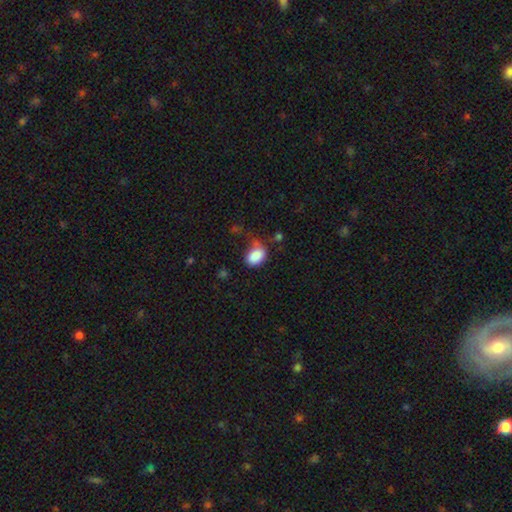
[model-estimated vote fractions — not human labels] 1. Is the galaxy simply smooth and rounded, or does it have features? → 87% smooth, 8% star or artifact, 5% featured or disk.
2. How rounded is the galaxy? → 84% in between, 15% round, 1% cigar-shaped.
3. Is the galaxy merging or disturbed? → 54% none, 28% minor disturbance, 13% major disturbance, 6% merger.